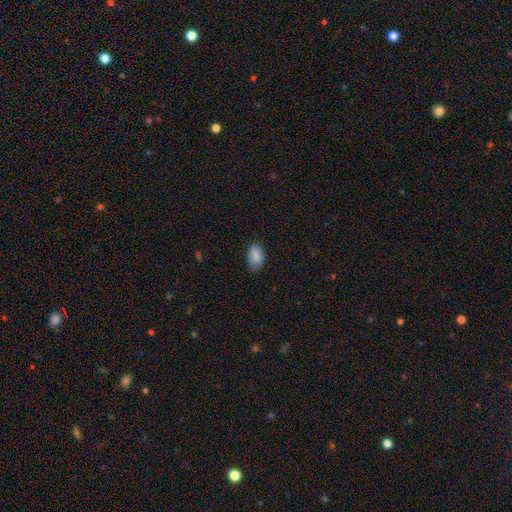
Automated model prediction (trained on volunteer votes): Smooth or featured? Predicted: smooth (p=0.85). How rounded? Predicted: in between (p=0.91). Merging? Predicted: none (p=0.73).